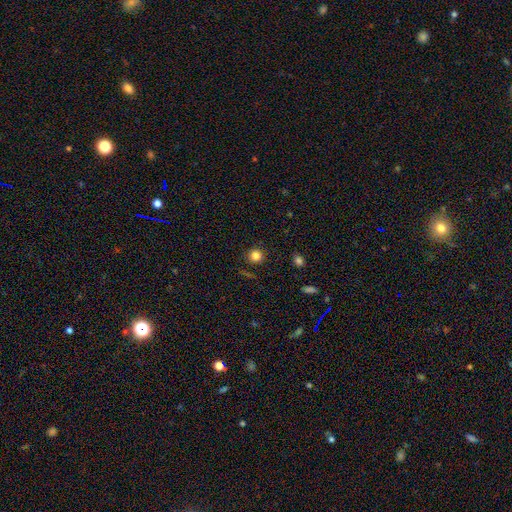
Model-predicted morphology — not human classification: Smooth or featured?
  - smooth: 82% *
  - star or artifact: 12%
  - featured or disk: 5%
How rounded?
  - round: 92% *
  - in between: 7%
  - cigar-shaped: 1%
Merging?
  - none: 89% *
  - minor disturbance: 7%
  - major disturbance: 2%
  - merger: 2%